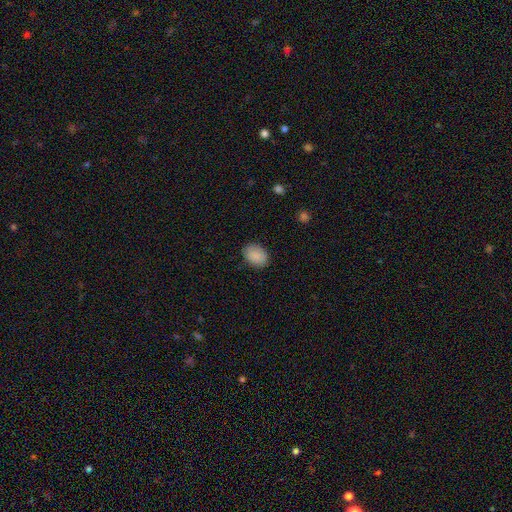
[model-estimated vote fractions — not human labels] This is clearly a smooth galaxy (88%). How rounded: likely in between (76%). Merging: clearly none (85%).